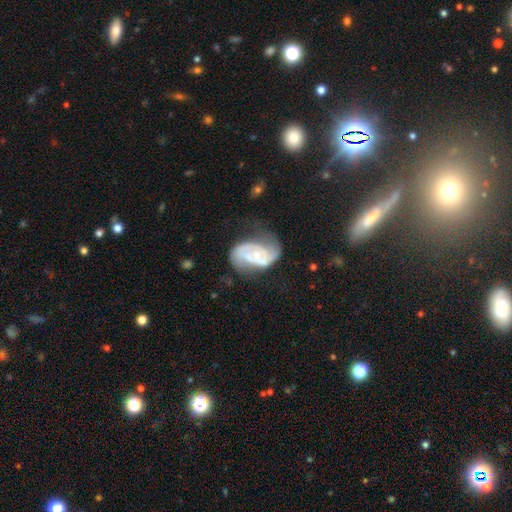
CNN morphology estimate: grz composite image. It shows a featured or disk galaxy (80%) with no bar (56%), 2 (80%) medium (45%) spiral arms (90%) and a small central bulge (60%). Merging: none (48%).